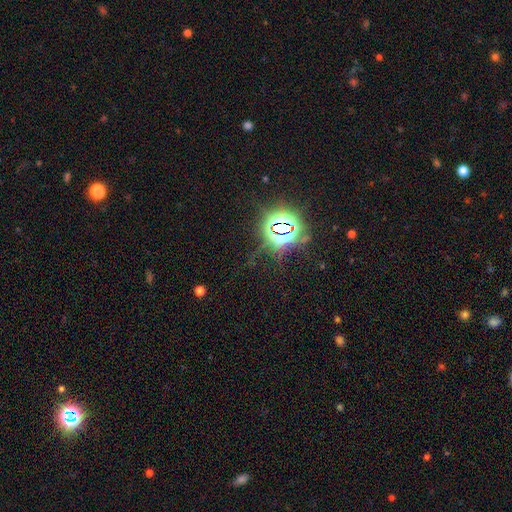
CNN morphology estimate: Smooth or featured? star or artifact (82%)